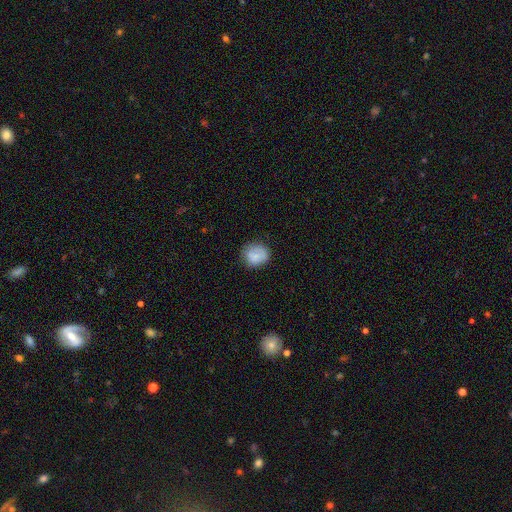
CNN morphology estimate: smooth 77%, featured or disk 15%, star or artifact 8%. Down the decision tree: how rounded — round (77%); merging — none (72%).